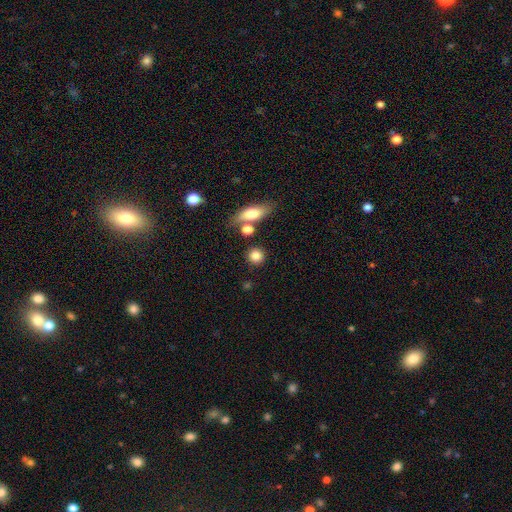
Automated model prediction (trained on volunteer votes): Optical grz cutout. It shows a smooth galaxy with no disk features (83%) that is round (86%). Merging: none (77%).